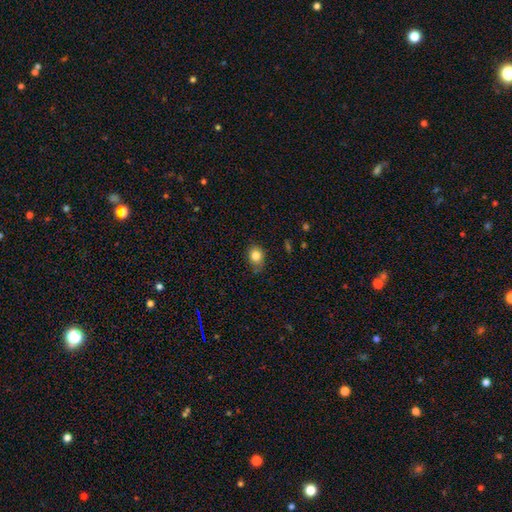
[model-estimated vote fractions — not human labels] Smooth or featured?
  - smooth: 83% *
  - star or artifact: 10%
  - featured or disk: 7%
How rounded?
  - in between: 52% *
  - round: 47%
  - cigar-shaped: 1%
Merging?
  - none: 65% *
  - minor disturbance: 27%
  - major disturbance: 6%
  - merger: 2%